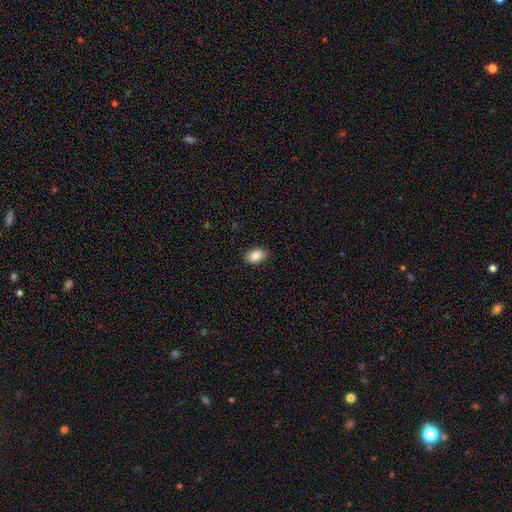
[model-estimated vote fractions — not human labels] This is clearly a smooth galaxy (87%). How rounded: clearly in between (88%). Merging: clearly none (89%).